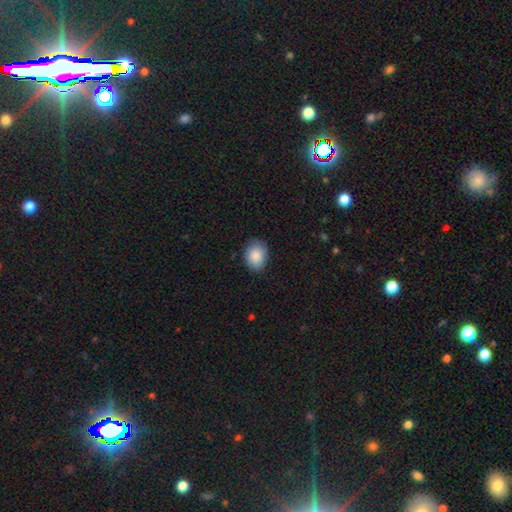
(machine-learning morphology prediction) type=smooth (87%); roundness=in between (61%); merging=none (81%).